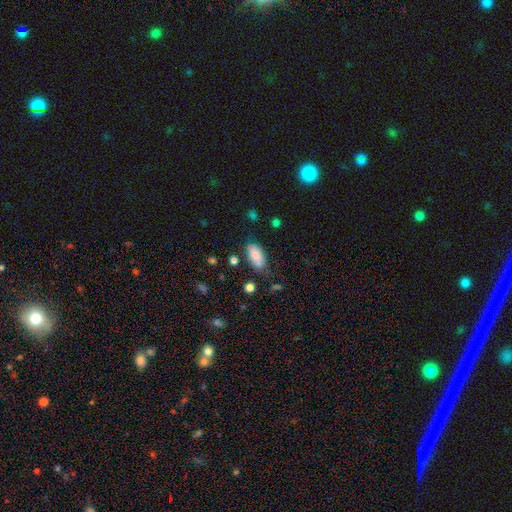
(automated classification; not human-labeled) smooth 83%, featured or disk 10%, star or artifact 7%. Down the decision tree: how rounded — in between (92%); merging — none (73%).